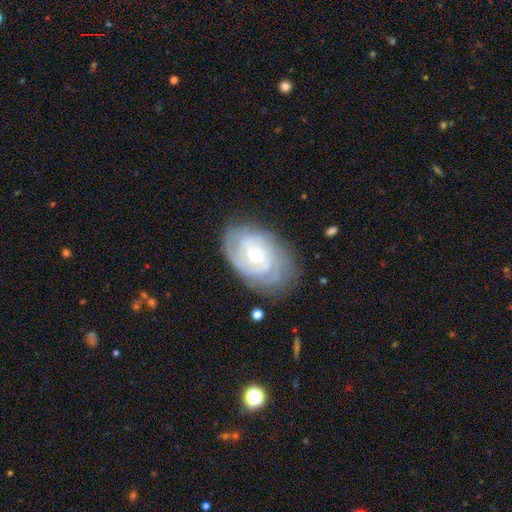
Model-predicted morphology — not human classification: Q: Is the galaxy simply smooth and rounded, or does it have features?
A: featured or disk — 82%.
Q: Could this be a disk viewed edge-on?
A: no — 96%.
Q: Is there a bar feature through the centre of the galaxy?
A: no — 60%.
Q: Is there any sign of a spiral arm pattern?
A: yes — 93%.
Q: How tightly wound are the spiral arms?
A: tight — 72%.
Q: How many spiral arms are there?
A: can't tell — 39%.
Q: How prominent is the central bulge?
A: moderate — 51%.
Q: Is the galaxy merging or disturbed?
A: none — 75%.